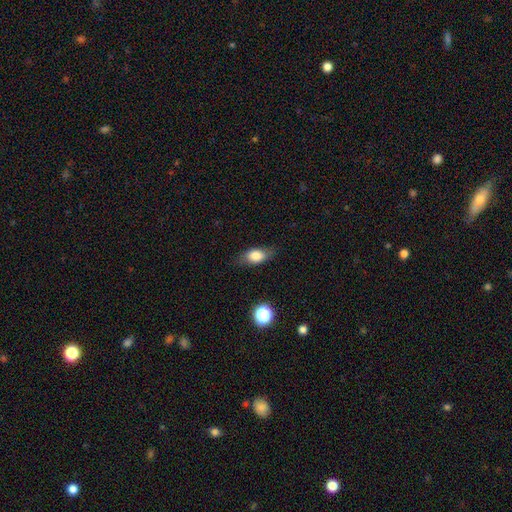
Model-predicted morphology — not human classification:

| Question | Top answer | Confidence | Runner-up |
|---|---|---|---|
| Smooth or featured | smooth | 75% | featured or disk (16%) |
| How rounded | in between | 80% | round (11%) |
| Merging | none | 74% | minor disturbance (19%) |